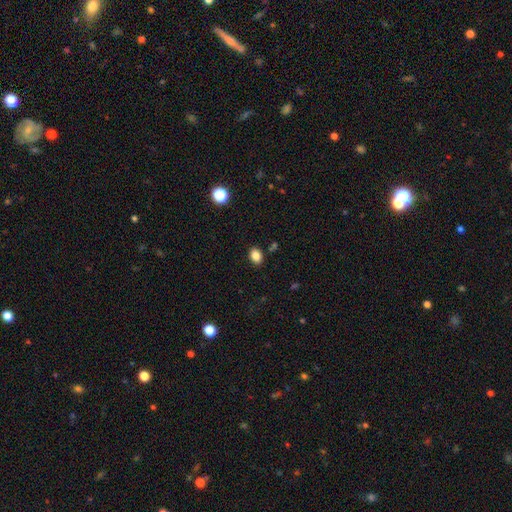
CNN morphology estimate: Smooth or featured: smooth — 84% (star or artifact — 11%)
How rounded: in between — 71% (round — 28%)
Merging: none — 86% (minor disturbance — 9%)